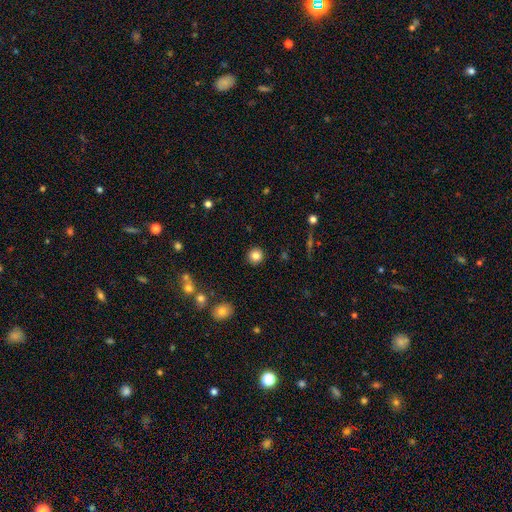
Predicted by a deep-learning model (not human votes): smooth-or-featured: smooth: 83% | star or artifact: 11% | featured or disk: 6%
  how-rounded: round: 94% | in between: 5% | cigar-shaped: 1%
  merging: none: 92% | minor disturbance: 5% | major disturbance: 2% | merger: 1%